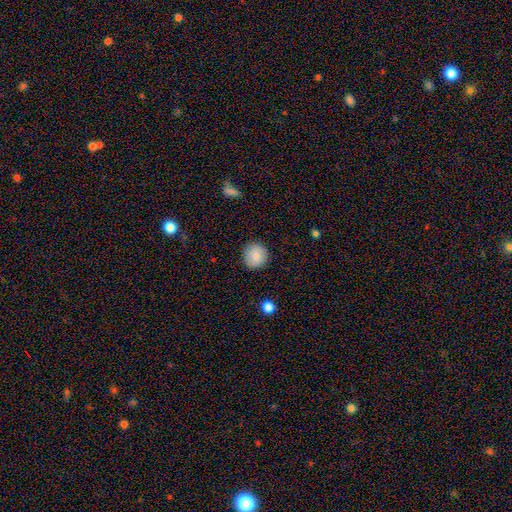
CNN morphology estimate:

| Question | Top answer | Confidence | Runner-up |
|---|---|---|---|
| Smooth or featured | smooth | 87% | star or artifact (8%) |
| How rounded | round | 92% | in between (8%) |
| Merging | none | 89% | minor disturbance (8%) |